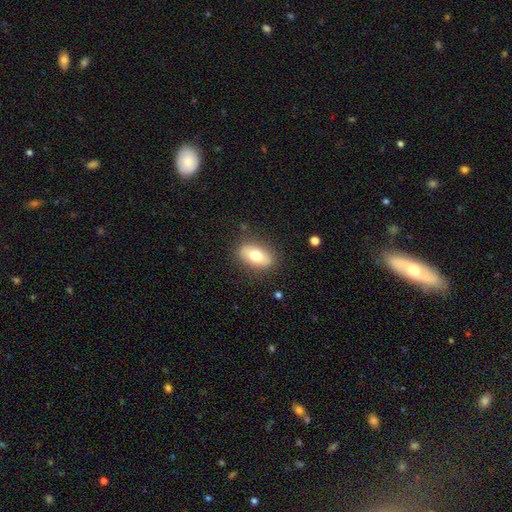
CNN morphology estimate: This appears to be a smooth galaxy with no disk features (70%) that is in between round and cigar-shaped (85%). Merging: none (84%).